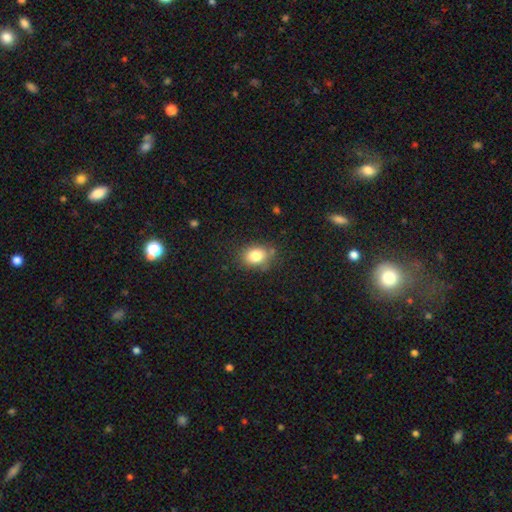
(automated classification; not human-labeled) smooth-or-featured: smooth: 82% | star or artifact: 10% | featured or disk: 8%
  how-rounded: in between: 56% | round: 43% | cigar-shaped: 1%
  merging: none: 77% | minor disturbance: 16% | major disturbance: 4% | merger: 3%